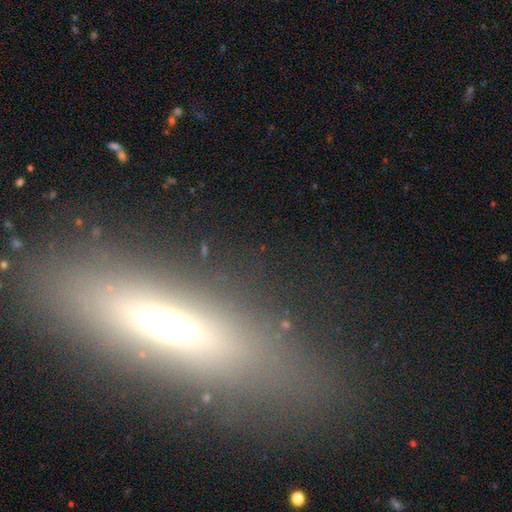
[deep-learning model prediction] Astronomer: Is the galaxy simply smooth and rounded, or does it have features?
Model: smooth — 43% (runner-up: featured or disk, 40%).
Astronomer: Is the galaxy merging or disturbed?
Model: none — 81%.